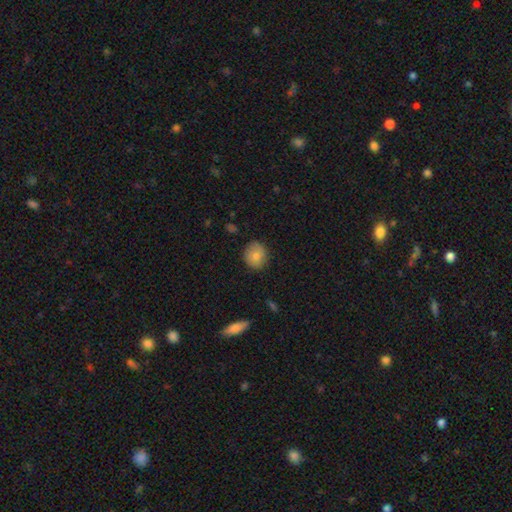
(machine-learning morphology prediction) Smooth or featured?
  - smooth: 80% *
  - featured or disk: 12%
  - star or artifact: 8%
How rounded?
  - round: 78% *
  - in between: 21%
  - cigar-shaped: 1%
Merging?
  - none: 82% *
  - minor disturbance: 14%
  - major disturbance: 3%
  - merger: 1%